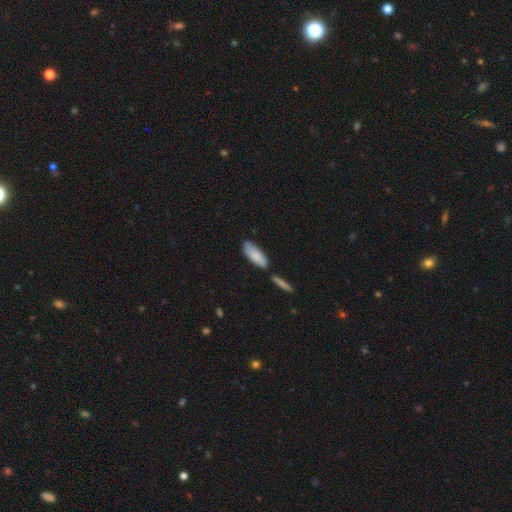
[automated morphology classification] This appears to be a smooth galaxy with no disk features (82%) that is in between round and cigar-shaped (68%). Merging: none (68%).